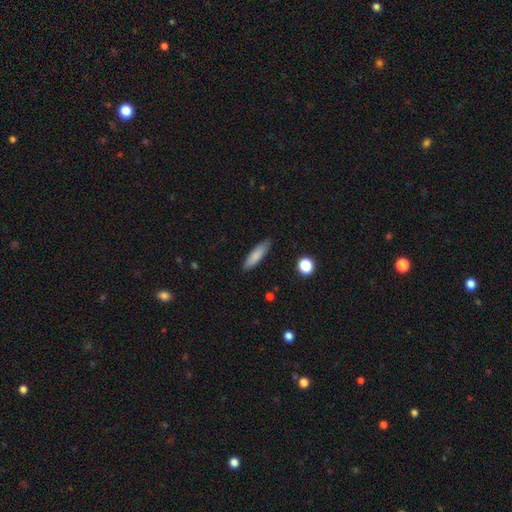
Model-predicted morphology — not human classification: smooth 83%, featured or disk 10%, star or artifact 7%. Down the decision tree: how rounded — cigar-shaped (69%); merging — none (87%).